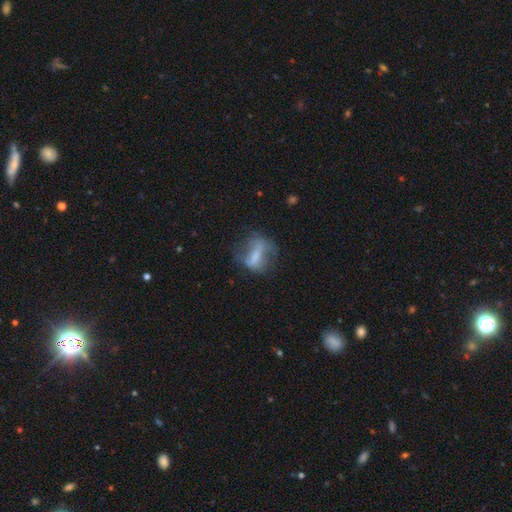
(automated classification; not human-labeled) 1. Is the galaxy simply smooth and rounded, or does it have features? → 48% featured or disk, 41% smooth, 10% star or artifact.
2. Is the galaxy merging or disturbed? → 47% none, 25% minor disturbance, 25% major disturbance, 3% merger.